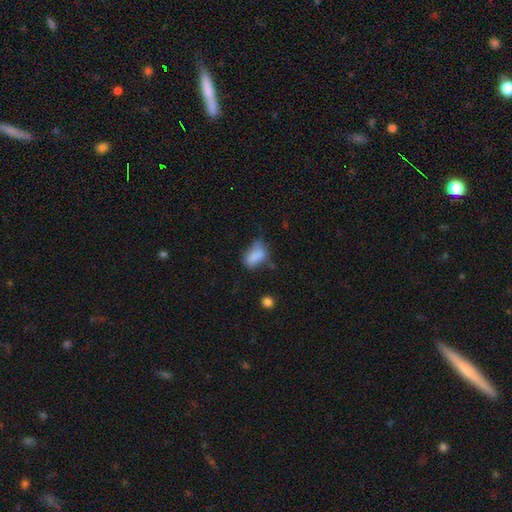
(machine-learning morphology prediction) Overall: smooth (80%). How rounded: in between (89%). Merging: none (37%, tied with minor disturbance).